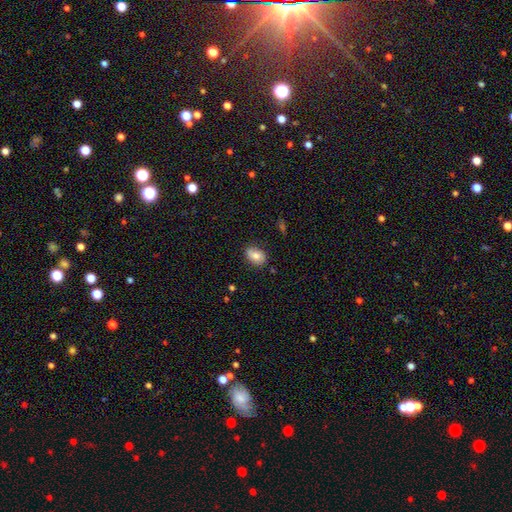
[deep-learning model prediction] Smooth or featured? smooth (76%)
How rounded? in between (79%)
Merging? none (79%)